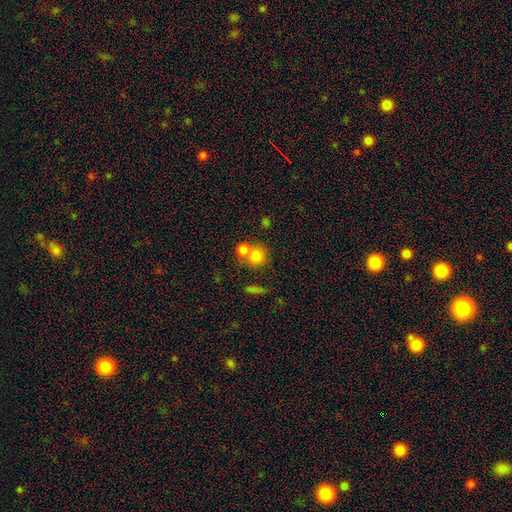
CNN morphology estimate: smooth_or_featured: smooth (p=0.78) [alt: featured or disk p=0.11]
how_rounded: round (p=0.84) [alt: in between p=0.14]
merging: merger (p=0.46) [alt: none p=0.44]